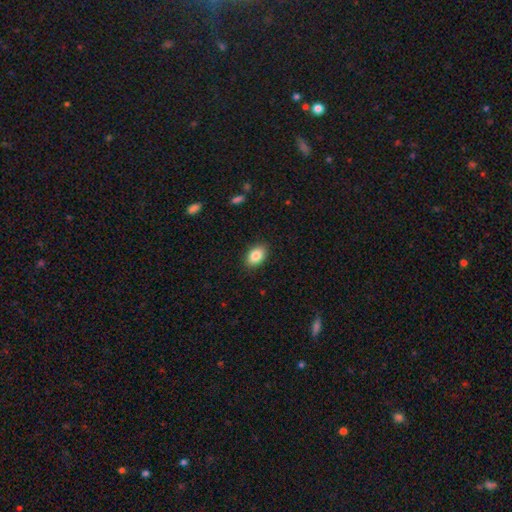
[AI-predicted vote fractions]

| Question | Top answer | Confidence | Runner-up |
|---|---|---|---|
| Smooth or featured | smooth | 86% | star or artifact (7%) |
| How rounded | in between | 87% | round (12%) |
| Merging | none | 88% | minor disturbance (9%) |